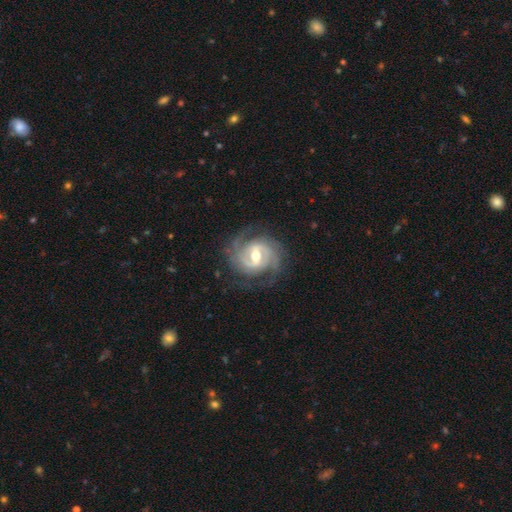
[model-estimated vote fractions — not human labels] smooth-or-featured: featured or disk: 91% | smooth: 5% | star or artifact: 4%
  disk-edge-on: no: 97% | yes: 3%
    bar: weak: 49% | strong: 35% | no: 15%
    has-spiral-arms: yes: 97% | no: 3%
      spiral-winding: tight: 53% | medium: 39% | loose: 8%
      spiral-arm-count: 2: 63% | 3: 18% | can't tell: 9% | 4: 4% | 1: 3% | more than 4: 3%
    bulge-size: moderate: 70% | small: 20% | large: 8% | none: 1% | dominant: 1%
  merging: none: 77% | minor disturbance: 15% | major disturbance: 7% | merger: 1%